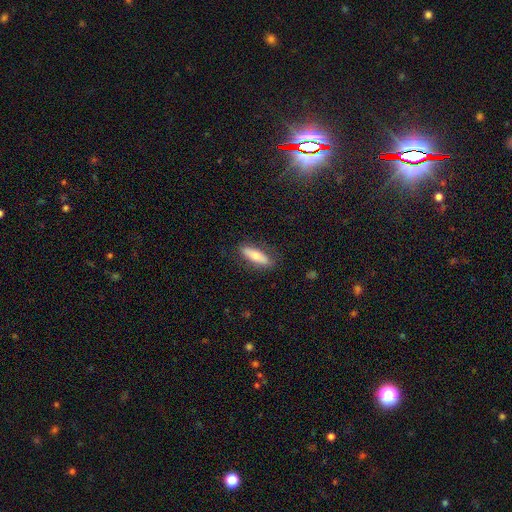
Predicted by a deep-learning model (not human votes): Morphology: type=smooth (66%); roundness=cigar-shaped (56%); merging=none (84%).